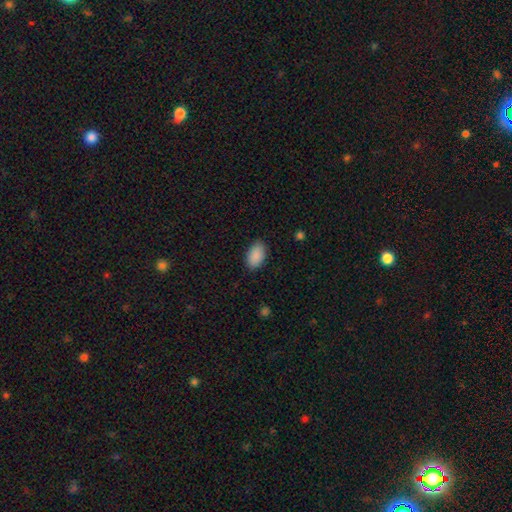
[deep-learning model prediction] Q: Smooth or featured?
A: smooth (90%); runner-up: star or artifact (7%)
Q: How rounded?
A: in between (94%); runner-up: round (5%)
Q: Merging?
A: none (86%); runner-up: minor disturbance (10%)